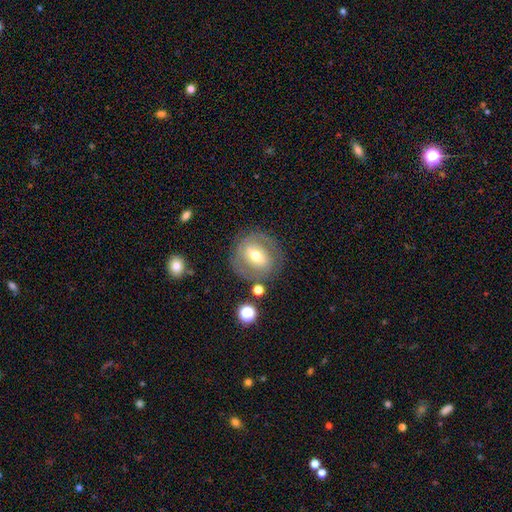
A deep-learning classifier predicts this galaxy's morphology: This appears to be a featured or disk galaxy (58%) with a weak bar (43%), spiral arms (55%) and a moderate central bulge (70%). Merging: none (75%).